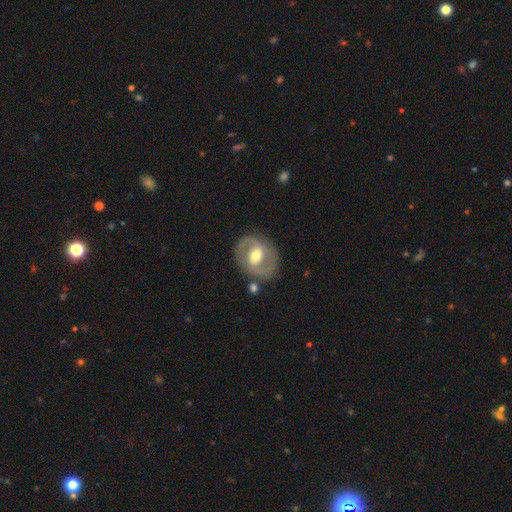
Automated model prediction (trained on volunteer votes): smooth-or-featured: featured or disk: 73% | smooth: 22% | star or artifact: 5%
  disk-edge-on: no: 96% | yes: 4%
    bar: weak: 43% | no: 30% | strong: 27%
    has-spiral-arms: yes: 70% | no: 30%
    bulge-size: moderate: 71% | small: 18% | large: 8% | dominant: 1% | none: 1%
  merging: none: 79% | minor disturbance: 12% | major disturbance: 5% | merger: 3%